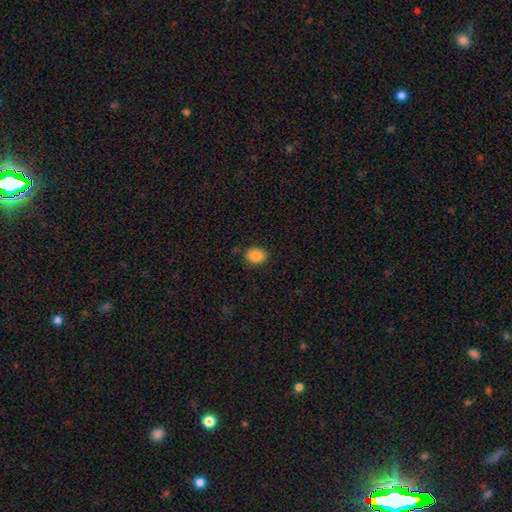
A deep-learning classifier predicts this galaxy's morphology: This appears to be a smooth galaxy with no disk features (87%) that is in between round and cigar-shaped (51%). Merging: none (83%).